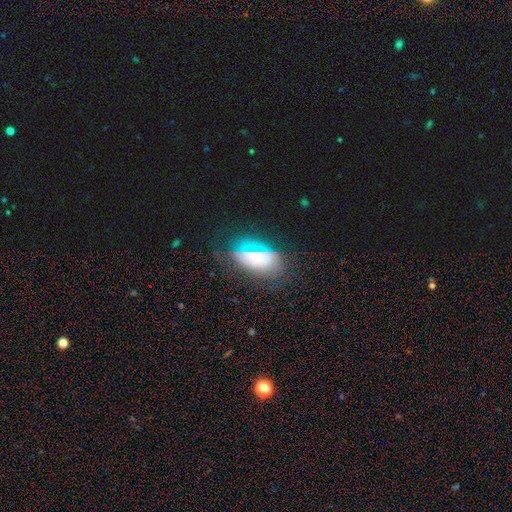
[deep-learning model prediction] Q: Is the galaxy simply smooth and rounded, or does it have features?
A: smooth — 45%.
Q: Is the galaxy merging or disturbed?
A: none — 66%.